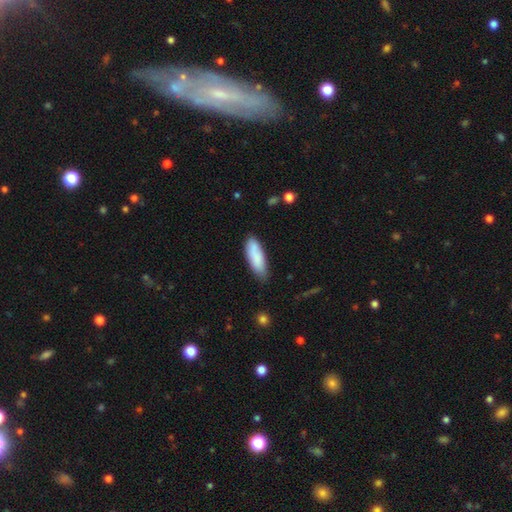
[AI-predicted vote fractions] This is clearly a smooth galaxy (85%). How rounded: possibly in between (59%). Merging: likely none (72%).